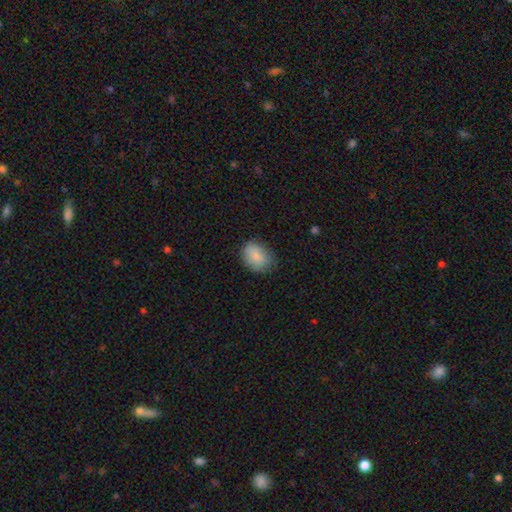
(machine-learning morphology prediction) Overall: smooth (85%). How rounded: in between (67%; round 32%). Merging: none (76%).